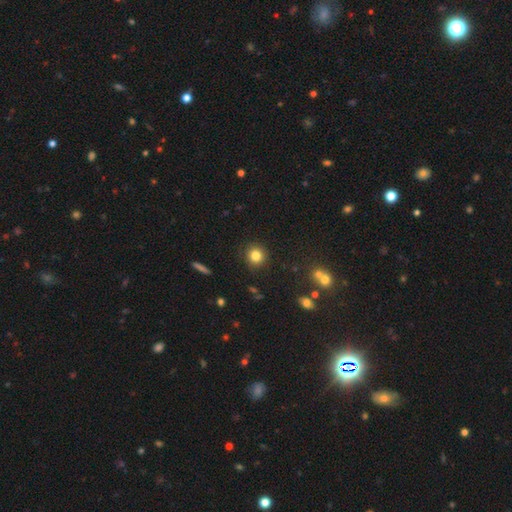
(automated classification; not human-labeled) Smooth or featured?
  - smooth: 82% *
  - star or artifact: 11%
  - featured or disk: 7%
How rounded?
  - round: 91% *
  - in between: 8%
  - cigar-shaped: 1%
Merging?
  - none: 89% *
  - minor disturbance: 7%
  - major disturbance: 2%
  - merger: 2%